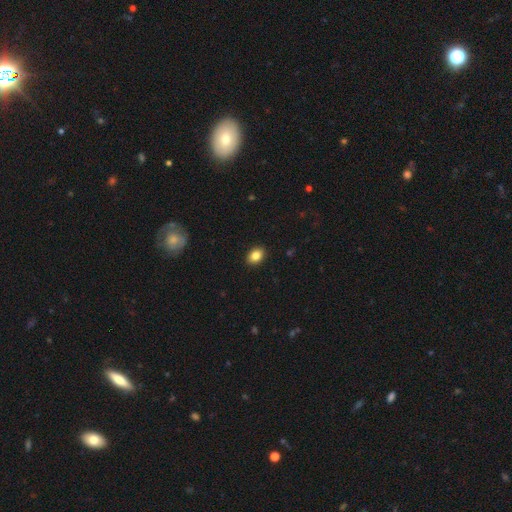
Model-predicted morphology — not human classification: Overall: smooth (85%). How rounded: in between (71%). Merging: none (91%).